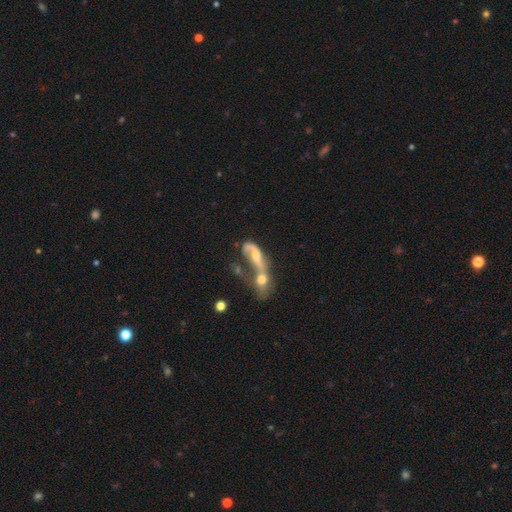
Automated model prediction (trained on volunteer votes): smooth_or_featured: featured or disk (p=0.62) [alt: smooth p=0.28]
disk_edge_on: no (p=0.82) [alt: yes p=0.18]
bar: no (p=0.62) [alt: weak p=0.26]
has_spiral_arms: yes (p=0.60) [alt: no p=0.40]
bulge_size: moderate (p=0.54) [alt: small p=0.29]
merging: merger (p=0.72) [alt: none p=0.11]